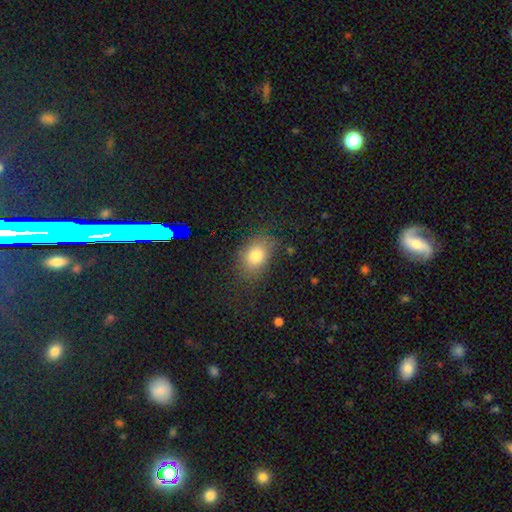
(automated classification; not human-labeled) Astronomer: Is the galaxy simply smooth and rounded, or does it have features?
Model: smooth — 79%.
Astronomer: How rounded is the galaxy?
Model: in between — 75%.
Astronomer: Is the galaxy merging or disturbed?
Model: none — 71%.